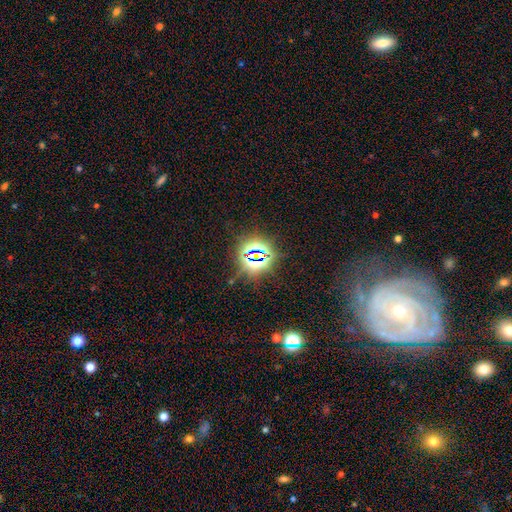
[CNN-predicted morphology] This is likely a star or artifact rather than a galaxy (79%).